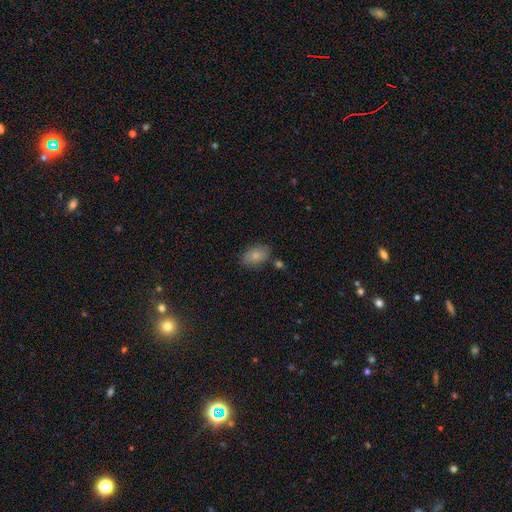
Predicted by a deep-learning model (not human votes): A smooth galaxy with no disk features (82%) that is in between round and cigar-shaped (89%).

Vote fractions:
- Smooth or featured? smooth: 82% / featured or disk: 11% / star or artifact: 8%
- How rounded? in between: 89% / round: 10% / cigar-shaped: 1%
- Merging? none: 77% / minor disturbance: 14% / merger: 5% / major disturbance: 3%